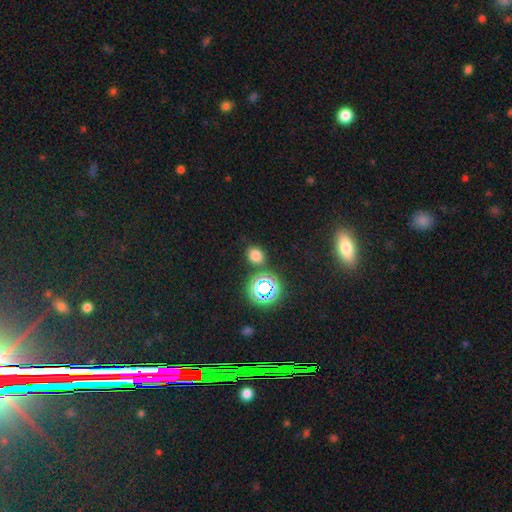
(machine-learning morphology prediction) smooth-or-featured: smooth: 70% | star or artifact: 24% | featured or disk: 6%
  how-rounded: round: 56% | in between: 43% | cigar-shaped: 1%
  merging: none: 81% | minor disturbance: 10% | merger: 6% | major disturbance: 3%